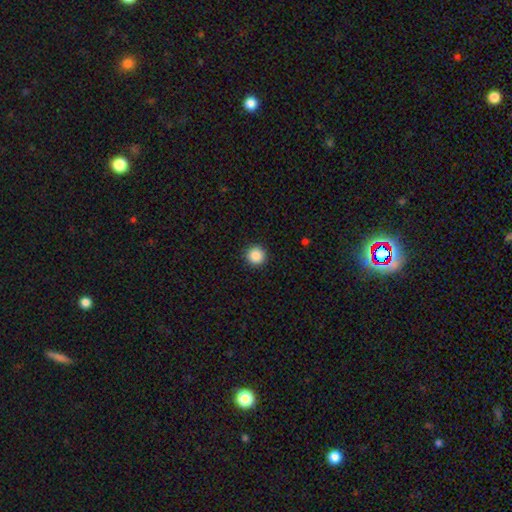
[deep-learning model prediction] smooth_or_featured: smooth (p=0.88) [alt: star or artifact p=0.09]
how_rounded: round (p=0.96) [alt: in between p=0.03]
merging: none (p=0.93) [alt: minor disturbance p=0.05]